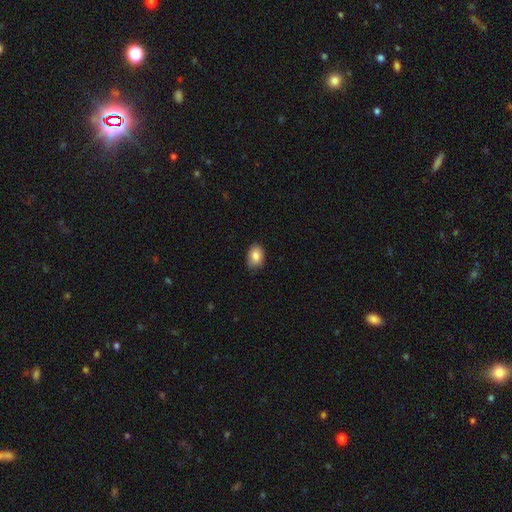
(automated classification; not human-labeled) Overall: smooth (83%). How rounded: in between (80%). Merging: none (79%).